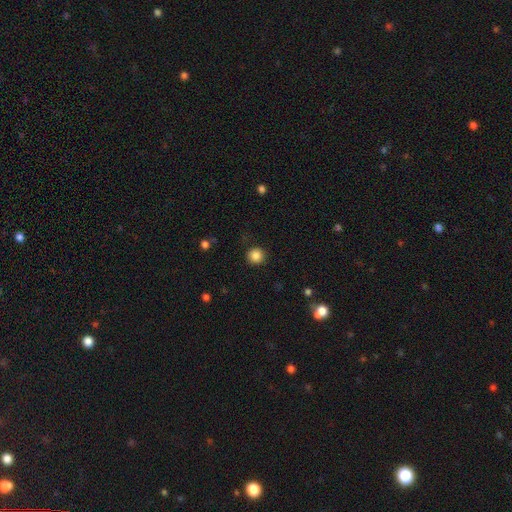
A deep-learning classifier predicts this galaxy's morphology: Smooth or featured?
  - smooth: 85% *
  - star or artifact: 11%
  - featured or disk: 4%
How rounded?
  - round: 94% *
  - in between: 5%
  - cigar-shaped: 1%
Merging?
  - none: 89% *
  - minor disturbance: 7%
  - major disturbance: 2%
  - merger: 1%